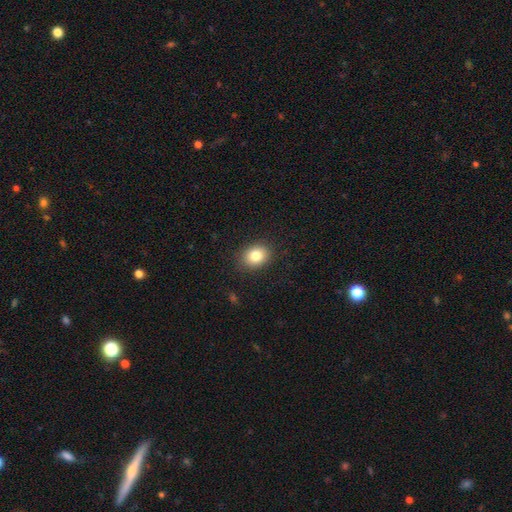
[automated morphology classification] Smooth or featured: smooth — 82% (star or artifact — 10%)
How rounded: in between — 55% (round — 44%)
Merging: none — 88% (minor disturbance — 9%)